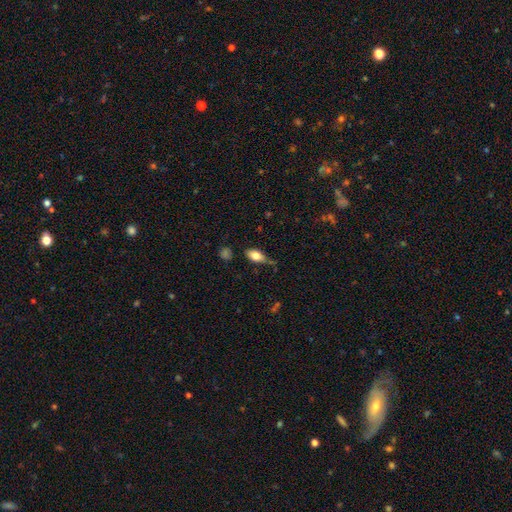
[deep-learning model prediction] smooth-or-featured: smooth: 75% | featured or disk: 17% | star or artifact: 8%
  how-rounded: in between: 84% | cigar-shaped: 10% | round: 6%
  merging: none: 51% | minor disturbance: 34% | major disturbance: 11% | merger: 5%